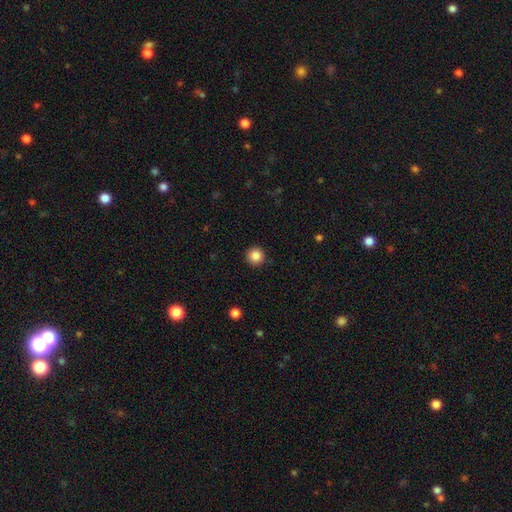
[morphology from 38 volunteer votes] Smooth or featured? smooth (84%)
How rounded? round (100%)
Merging? none (89%)